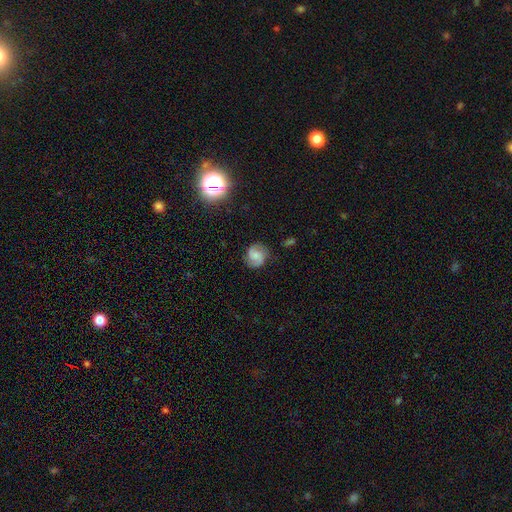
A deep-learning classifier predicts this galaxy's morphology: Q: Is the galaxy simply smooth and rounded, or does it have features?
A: featured or disk — 55%.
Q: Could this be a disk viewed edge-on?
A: no — 98%.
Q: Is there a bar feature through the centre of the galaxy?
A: no — 51%.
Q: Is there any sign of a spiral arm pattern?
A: yes — 92%.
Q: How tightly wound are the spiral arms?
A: medium — 48%.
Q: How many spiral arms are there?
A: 2 — 86%.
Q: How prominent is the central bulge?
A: small — 37%.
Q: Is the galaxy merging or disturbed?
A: none — 79%.